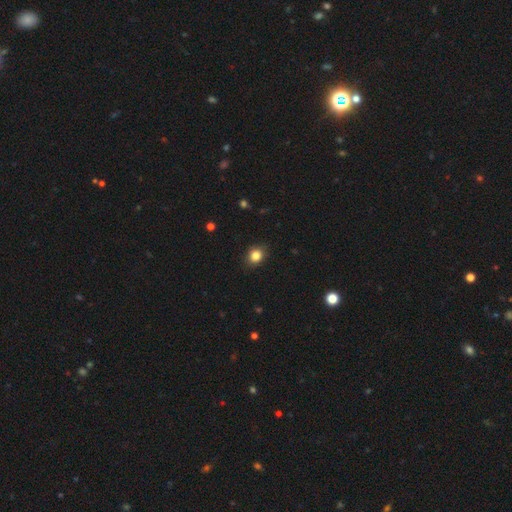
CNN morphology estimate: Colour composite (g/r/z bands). It shows a smooth galaxy with no disk features (84%) that is round (66%). Merging: none (85%).